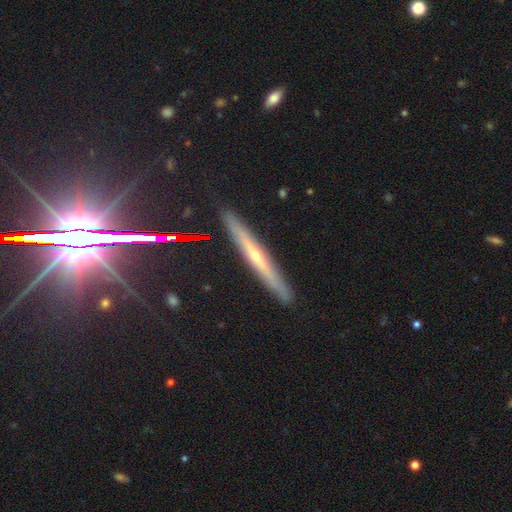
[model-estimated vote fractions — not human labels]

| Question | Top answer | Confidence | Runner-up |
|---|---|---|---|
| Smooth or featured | featured or disk | 70% | smooth (22%) |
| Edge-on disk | yes | 95% | no (5%) |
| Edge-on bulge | rounded | 70% | none (27%) |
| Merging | none | 90% | minor disturbance (7%) |